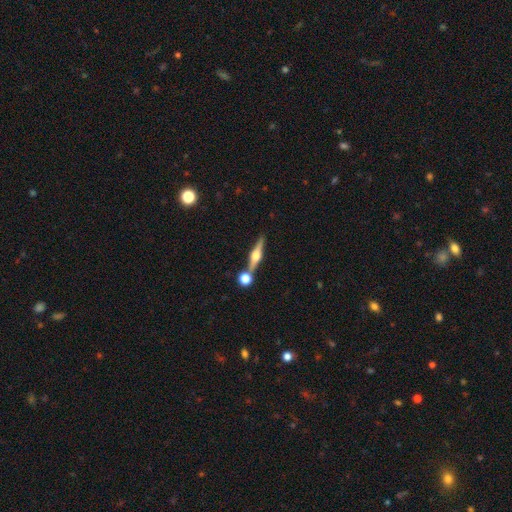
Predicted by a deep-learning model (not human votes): smooth_or_featured: featured or disk (p=0.77) [alt: smooth p=0.17]
disk_edge_on: yes (p=0.97) [alt: no p=0.03]
edge_on_bulge: rounded (p=0.94) [alt: boxy p=0.04]
merging: none (p=0.75) [alt: merger p=0.15]